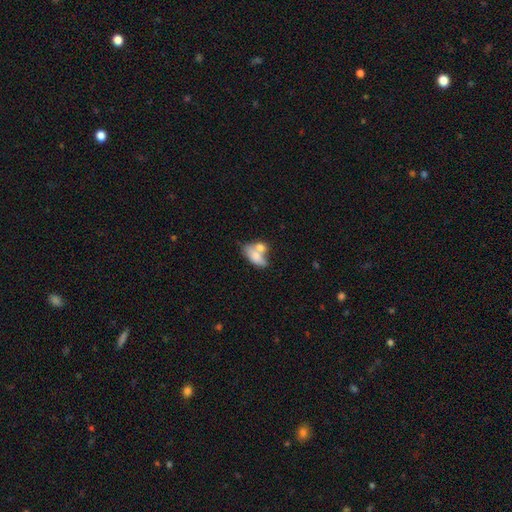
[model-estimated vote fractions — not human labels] A smooth galaxy with no disk features (73%) that is in between round and cigar-shaped (87%).

Vote fractions:
- Smooth or featured? smooth: 73% / featured or disk: 20% / star or artifact: 7%
- How rounded? in between: 87% / round: 8% / cigar-shaped: 5%
- Merging? merger: 52% / none: 28% / minor disturbance: 13% / major disturbance: 7%